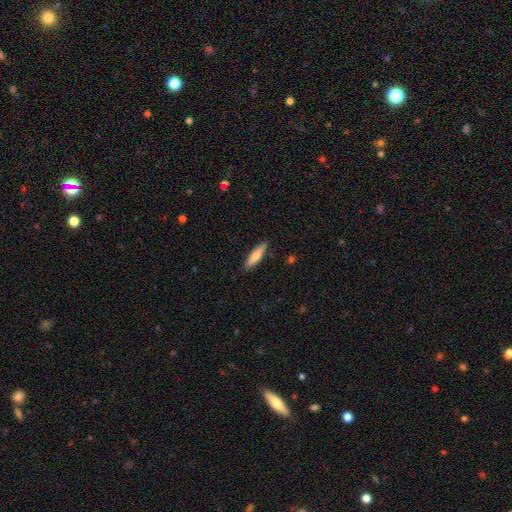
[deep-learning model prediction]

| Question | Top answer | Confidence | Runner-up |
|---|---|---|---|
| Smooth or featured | smooth | 72% | featured or disk (23%) |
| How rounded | cigar-shaped | 74% | in between (25%) |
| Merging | none | 88% | minor disturbance (9%) |